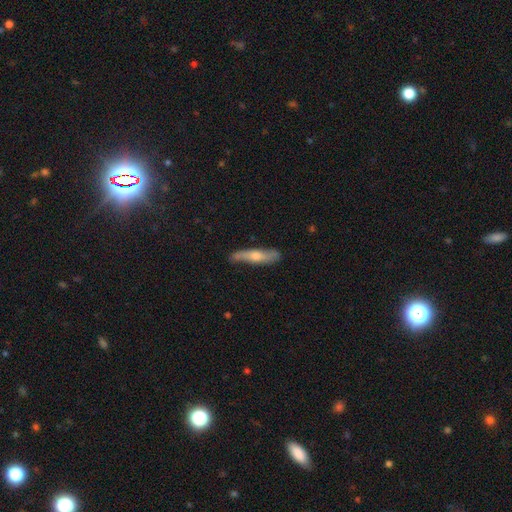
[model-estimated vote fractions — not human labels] smooth-or-featured: featured or disk: 52% | smooth: 42% | star or artifact: 6%
  disk-edge-on: yes: 73% | no: 27%
  merging: none: 78% | minor disturbance: 17% | major disturbance: 3% | merger: 2%